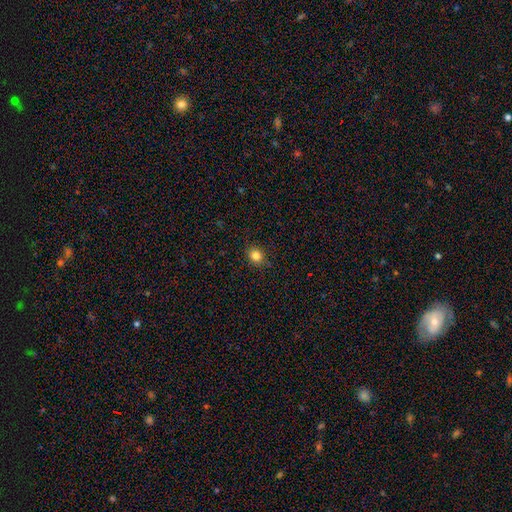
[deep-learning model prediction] Q: Smooth or featured?
A: smooth (83%); runner-up: star or artifact (11%)
Q: How rounded?
A: round (74%); runner-up: in between (25%)
Q: Merging?
A: none (88%); runner-up: minor disturbance (9%)